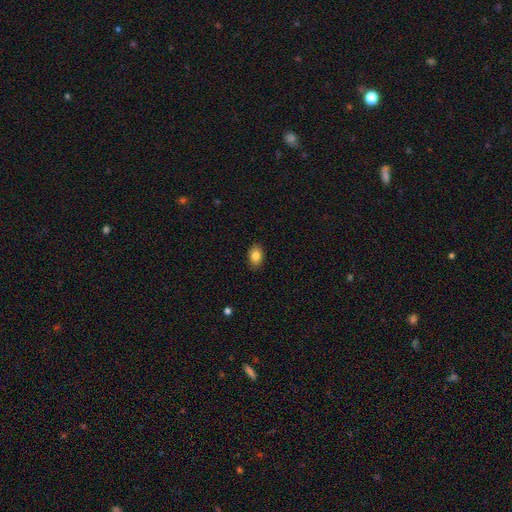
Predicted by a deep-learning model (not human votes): Smooth or featured? Predicted: smooth (p=0.83). How rounded? Predicted: in between (p=0.82). Merging? Predicted: none (p=0.89).